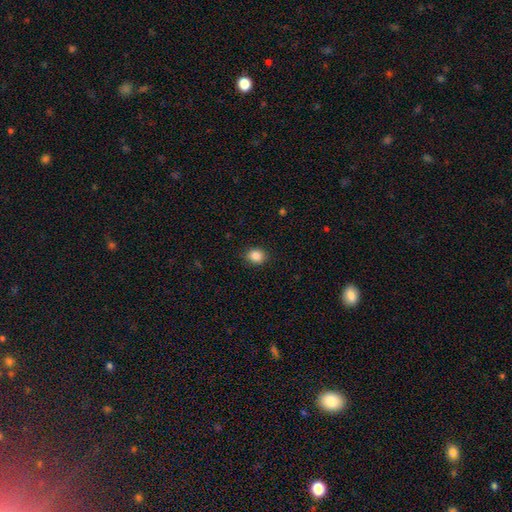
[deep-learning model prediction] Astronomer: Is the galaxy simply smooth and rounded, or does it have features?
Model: smooth — 86%.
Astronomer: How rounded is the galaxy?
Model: round — 63%.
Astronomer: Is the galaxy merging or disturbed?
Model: none — 88%.